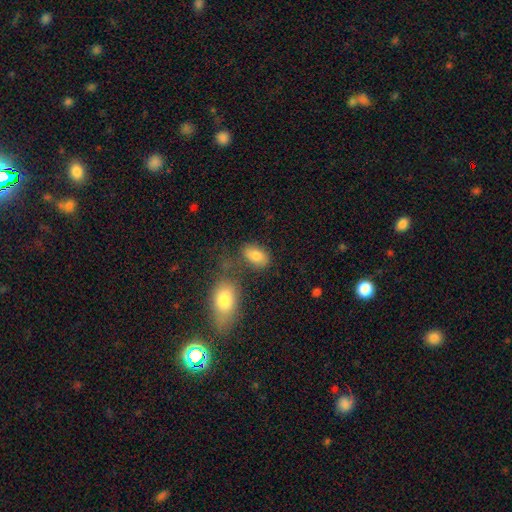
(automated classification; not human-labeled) Q: Smooth or featured?
A: smooth (82%); runner-up: featured or disk (9%)
Q: How rounded?
A: in between (91%); runner-up: round (7%)
Q: Merging?
A: none (63%); runner-up: minor disturbance (16%)